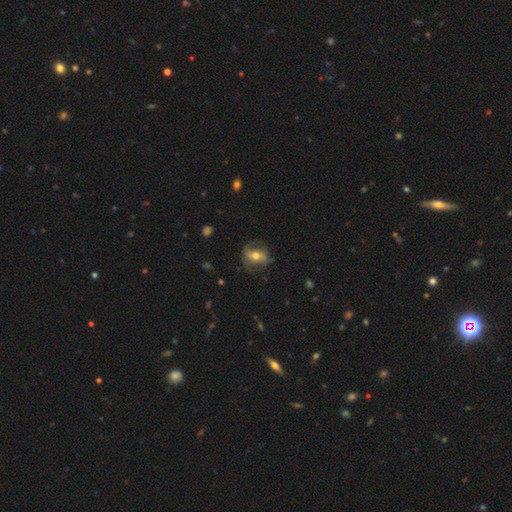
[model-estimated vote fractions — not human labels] Smooth or featured?
  - featured or disk: 68% *
  - smooth: 24%
  - star or artifact: 9%
Edge-on disk?
  - no: 94% *
  - yes: 6%
Bar?
  - no: 37% *
  - weak: 34%
  - strong: 29%
Spiral arms?
  - yes: 83% *
  - no: 17%
Spiral winding?
  - loose: 49% *
  - medium: 35%
  - tight: 16%
Spiral arm count?
  - 2: 72% *
  - 1: 11%
  - can't tell: 11%
  - 3: 3%
  - 4: 1%
  - more than 4: 1%
Bulge size?
  - moderate: 67% *
  - small: 26%
  - large: 5%
  - none: 1%
  - dominant: 1%
Merging?
  - none: 63% *
  - minor disturbance: 22%
  - major disturbance: 14%
  - merger: 2%